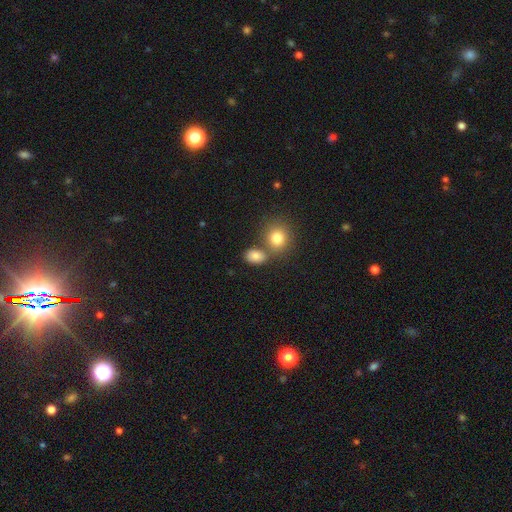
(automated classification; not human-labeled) Q: Smooth or featured?
A: smooth (81%); runner-up: star or artifact (12%)
Q: How rounded?
A: in between (67%); runner-up: round (32%)
Q: Merging?
A: none (58%); runner-up: merger (27%)